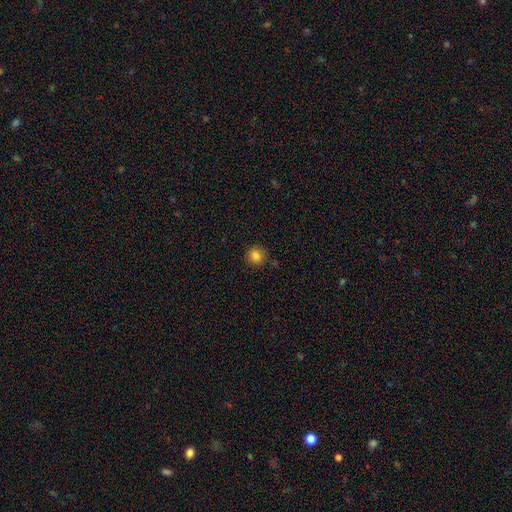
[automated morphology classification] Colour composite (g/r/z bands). It shows a smooth galaxy with no disk features (83%) that is round (93%). Merging: none (89%).